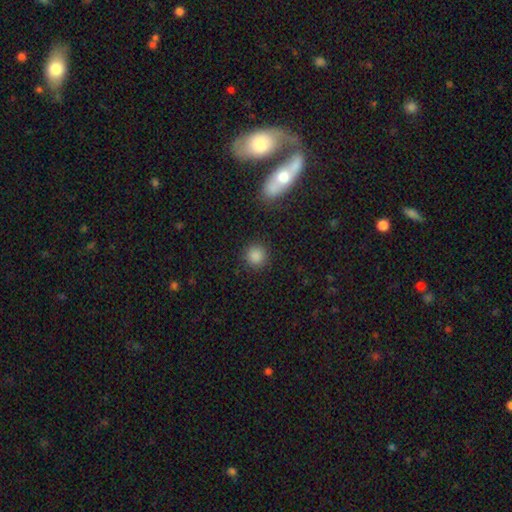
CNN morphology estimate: smooth-or-featured: smooth: 86% | star or artifact: 11% | featured or disk: 3%
  how-rounded: round: 94% | in between: 5% | cigar-shaped: 1%
  merging: none: 90% | minor disturbance: 6% | major disturbance: 3% | merger: 2%